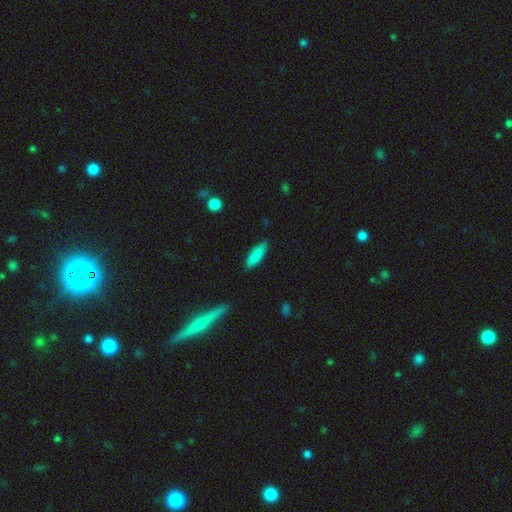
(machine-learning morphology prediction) Smooth or featured: smooth — 87% (featured or disk — 7%)
How rounded: cigar-shaped — 50% (in between — 49%)
Merging: none — 86% (minor disturbance — 11%)